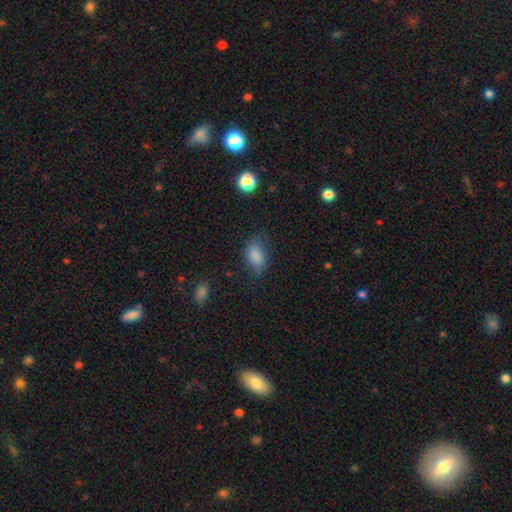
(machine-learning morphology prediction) smooth-or-featured: smooth: 80% | star or artifact: 10% | featured or disk: 10%
  how-rounded: in between: 87% | round: 10% | cigar-shaped: 3%
  merging: none: 57% | minor disturbance: 28% | major disturbance: 13% | merger: 2%